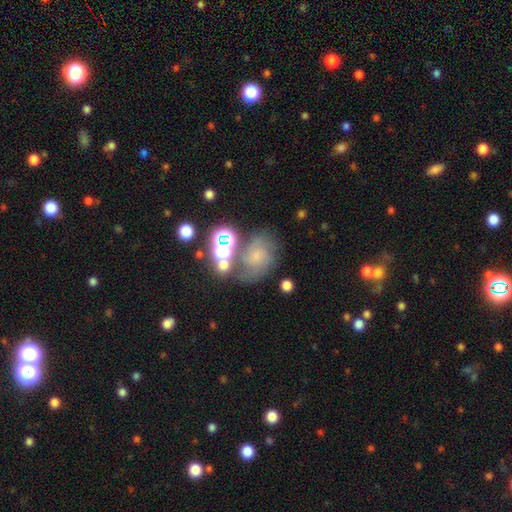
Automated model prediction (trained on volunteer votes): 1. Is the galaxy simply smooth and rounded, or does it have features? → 40% featured or disk, 33% smooth, 27% star or artifact.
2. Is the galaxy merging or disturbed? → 48% none, 19% minor disturbance, 19% merger, 15% major disturbance.